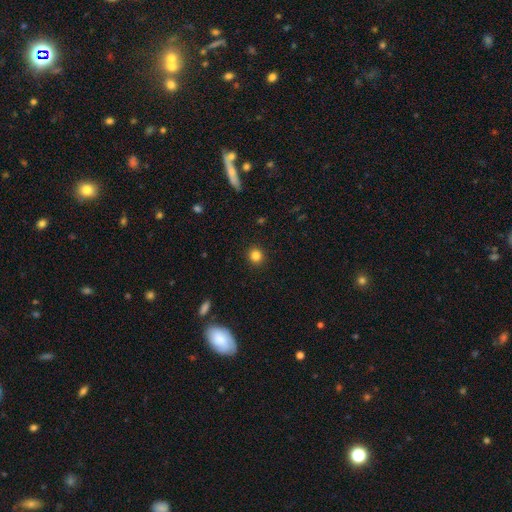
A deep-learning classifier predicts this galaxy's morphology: smooth_or_featured: smooth (p=0.84) [alt: star or artifact p=0.12]
how_rounded: round (p=0.90) [alt: in between p=0.09]
merging: none (p=0.92) [alt: minor disturbance p=0.05]